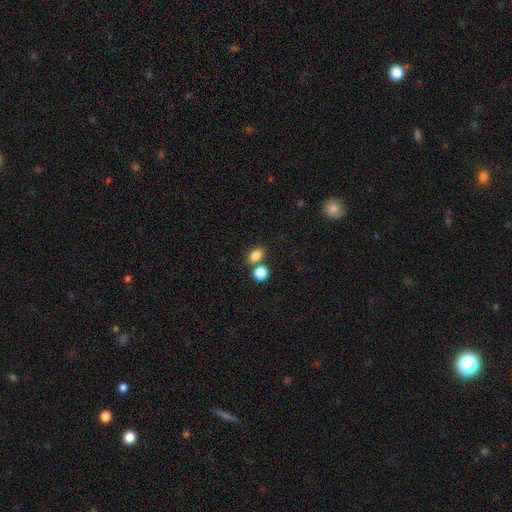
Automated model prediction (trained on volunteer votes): A smooth galaxy with no disk features (82%) that is in between round and cigar-shaped (65%). Merging: none (59%).